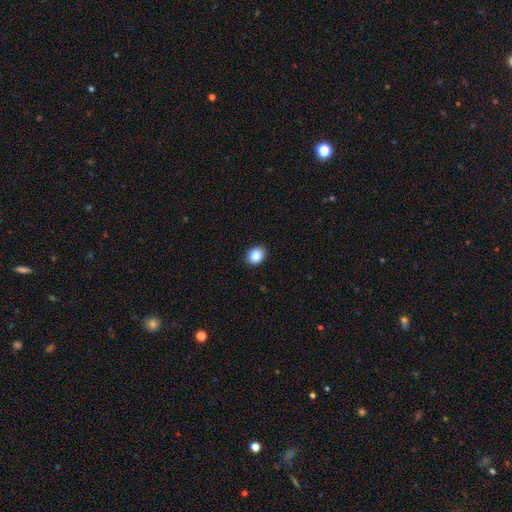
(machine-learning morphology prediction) The model was most divided on "how rounded": round: 52%, in between: 47%, cigar-shaped: 1%. More confident: merging — none (90%); smooth or featured — smooth (87%).